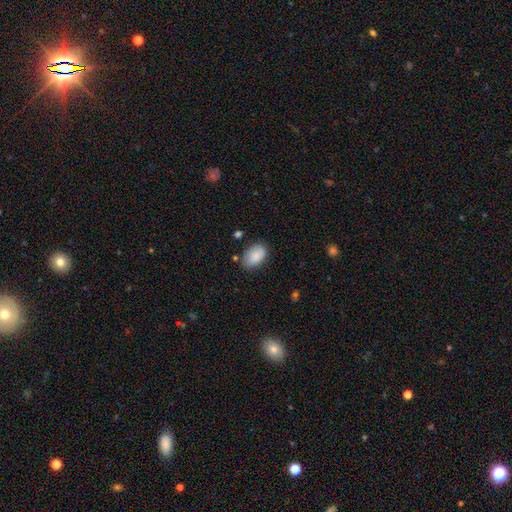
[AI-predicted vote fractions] Smooth or featured: smooth — 86% (featured or disk — 7%)
How rounded: in between — 89% (round — 10%)
Merging: none — 75% (minor disturbance — 19%)